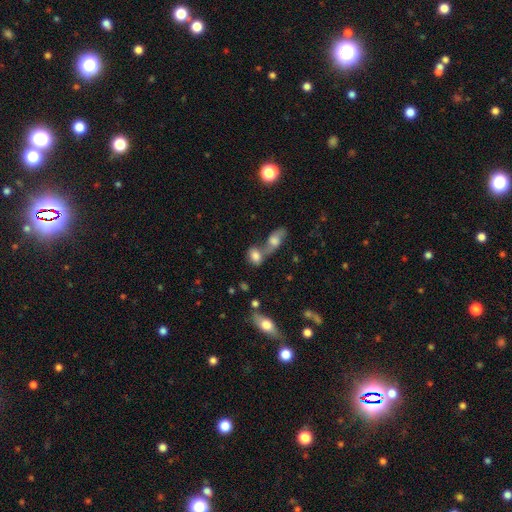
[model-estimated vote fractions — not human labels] Smooth or featured? smooth (76%)
How rounded? in between (75%)
Merging? merger (50%)